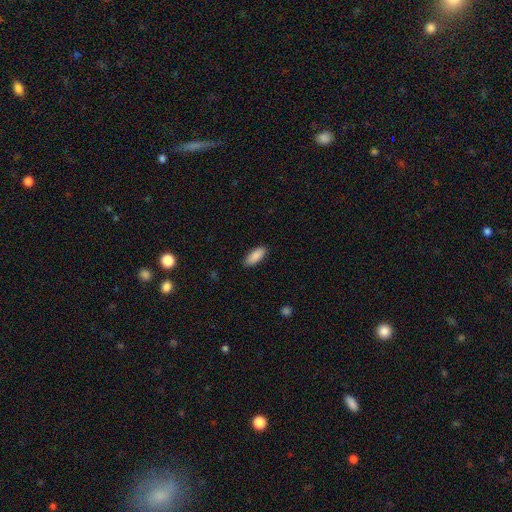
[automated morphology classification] Overall: smooth (90%). How rounded: in between (83%). Merging: none (88%).